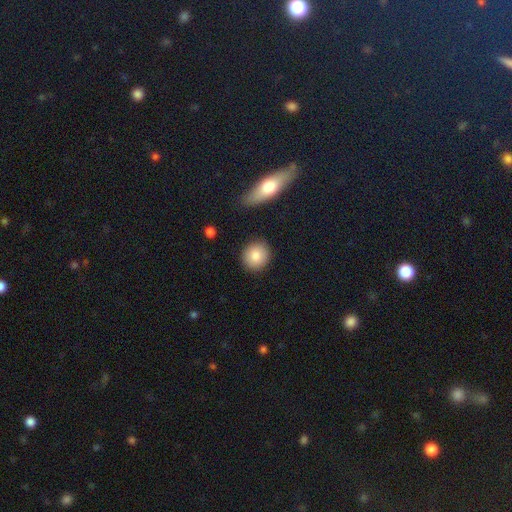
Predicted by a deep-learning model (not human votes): The model was most divided on "how rounded": round: 85%, in between: 14%, cigar-shaped: 1%. More confident: merging — none (88%); smooth or featured — smooth (86%).